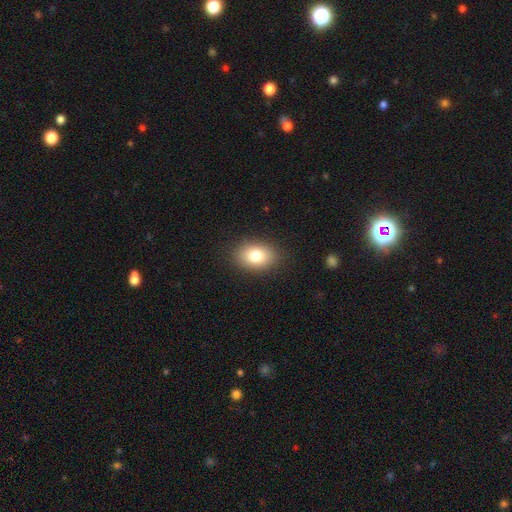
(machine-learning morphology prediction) smooth_or_featured: smooth (p=0.81) [alt: featured or disk p=0.10]
how_rounded: in between (p=0.81) [alt: round p=0.18]
merging: none (p=0.87) [alt: minor disturbance p=0.09]